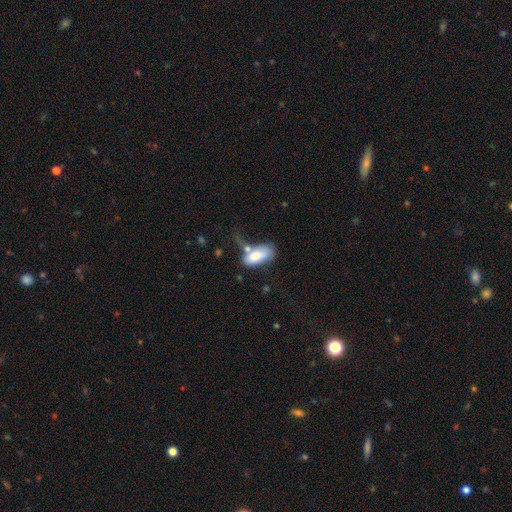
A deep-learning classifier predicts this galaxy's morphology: Smooth or featured? Predicted: smooth (p=0.78). How rounded? Predicted: in between (p=0.89). Merging? Predicted: none (p=0.32).